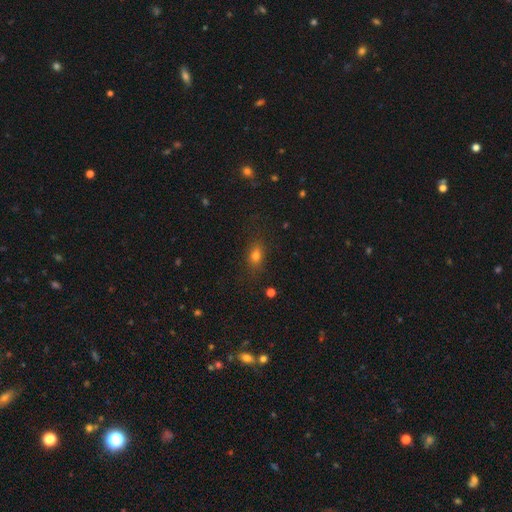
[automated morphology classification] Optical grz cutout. It shows a smooth galaxy with no disk features (74%) that is in between round and cigar-shaped (64%). Merging: none (81%).